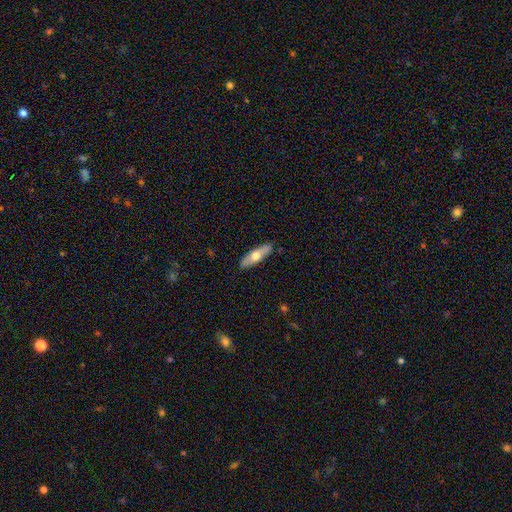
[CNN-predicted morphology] The model was most divided on "smooth or featured": smooth: 56%, featured or disk: 38%, star or artifact: 5%. More confident: merging — none (88%); how rounded — cigar-shaped (59%).